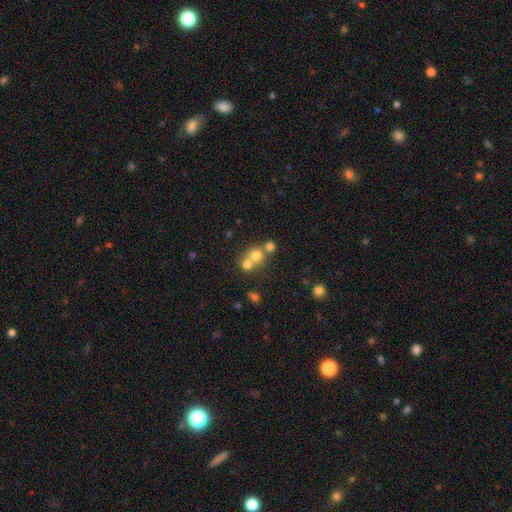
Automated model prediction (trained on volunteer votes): Overall: smooth (70%). How rounded: round (85%). Merging: merger (52%; none 40%).